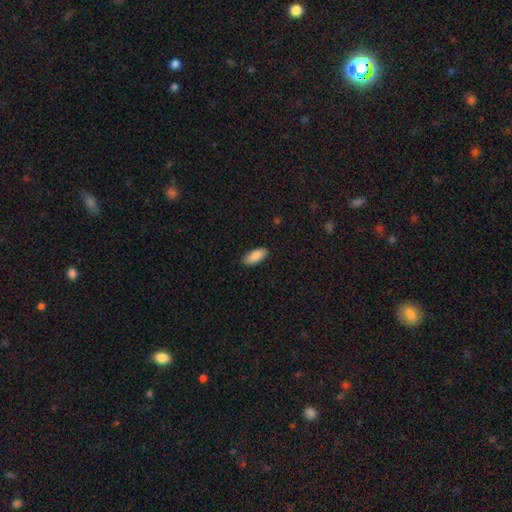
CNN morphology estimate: This appears to be a smooth galaxy with no disk features (89%) that is in between round and cigar-shaped (78%). Merging: none (89%).